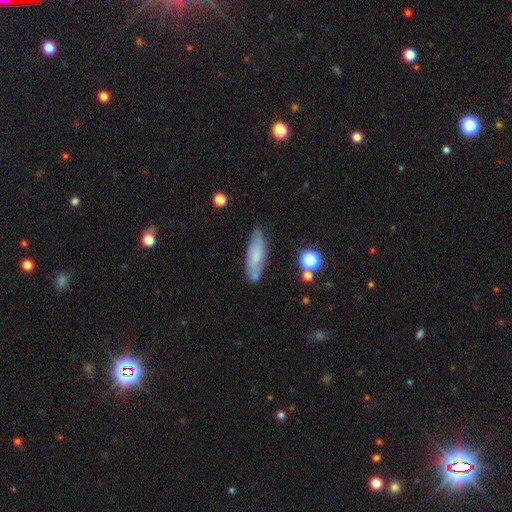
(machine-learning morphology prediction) Smooth or featured: smooth — 61% (featured or disk — 30%)
How rounded: cigar-shaped — 53% (in between — 45%)
Merging: none — 73% (minor disturbance — 20%)